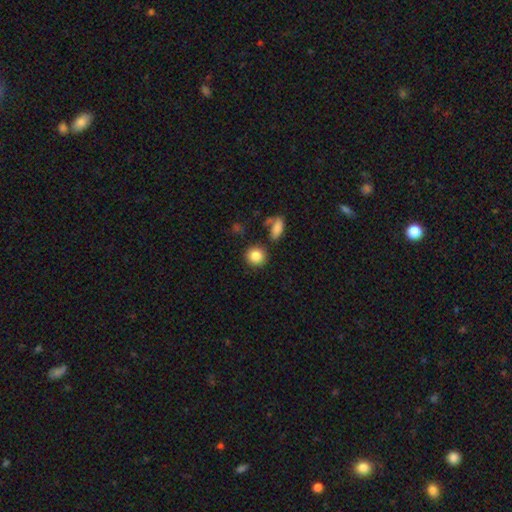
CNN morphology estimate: Smooth or featured: smooth — 86% (star or artifact — 9%)
How rounded: round — 88% (in between — 11%)
Merging: none — 82% (minor disturbance — 9%)